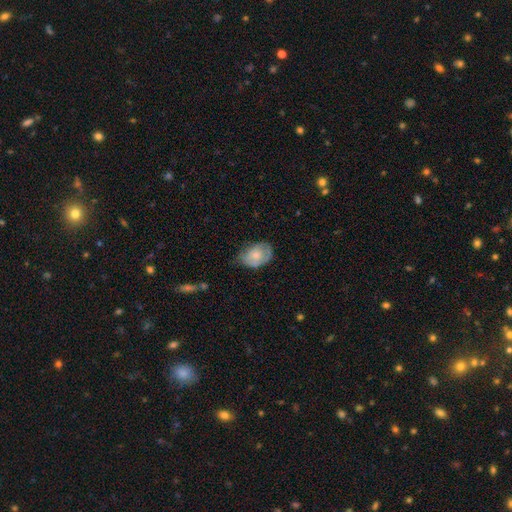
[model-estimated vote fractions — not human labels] smooth_or_featured: smooth (p=0.65) [alt: featured or disk p=0.29]
how_rounded: in between (p=0.78) [alt: round p=0.21]
merging: none (p=0.44) [alt: minor disturbance p=0.40]